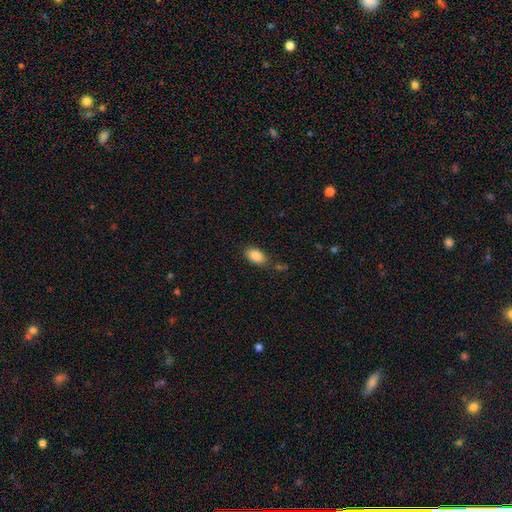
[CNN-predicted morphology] Q: Smooth or featured?
A: smooth (88%); runner-up: star or artifact (8%)
Q: How rounded?
A: in between (92%); runner-up: round (6%)
Q: Merging?
A: none (78%); runner-up: minor disturbance (14%)